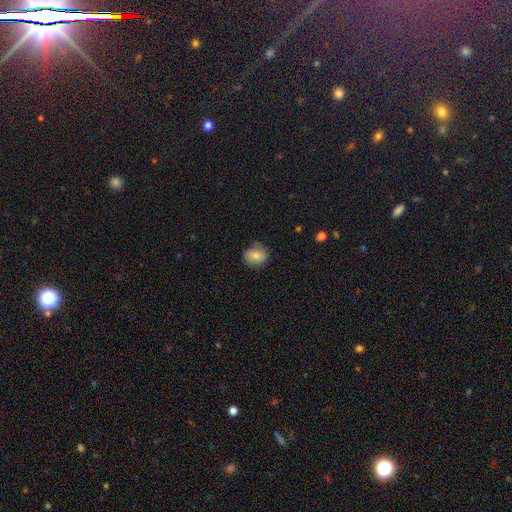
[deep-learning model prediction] A smooth galaxy with no disk features (79%) that is round (65%).

Vote fractions:
- Smooth or featured? smooth: 79% / featured or disk: 13% / star or artifact: 9%
- How rounded? round: 65% / in between: 34% / cigar-shaped: 1%
- Merging? none: 74% / minor disturbance: 20% / major disturbance: 5% / merger: 1%